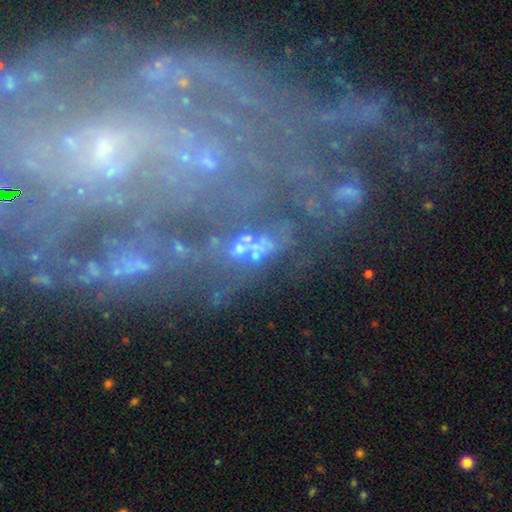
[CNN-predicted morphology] Overall: star or artifact (42%; featured or disk 38%).